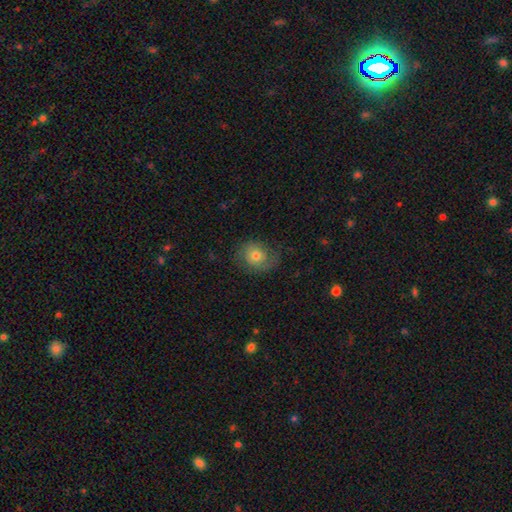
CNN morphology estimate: Q: Smooth or featured?
A: smooth (62%); runner-up: featured or disk (29%)
Q: How rounded?
A: round (68%); runner-up: in between (31%)
Q: Merging?
A: none (66%); runner-up: minor disturbance (22%)